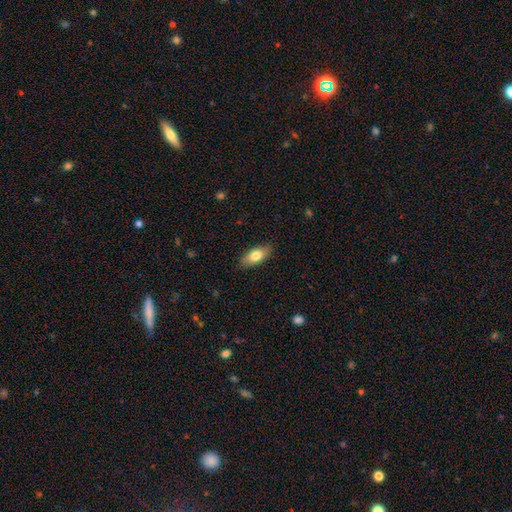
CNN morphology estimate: smooth-or-featured: smooth: 77% | featured or disk: 16% | star or artifact: 6%
  how-rounded: in between: 85% | cigar-shaped: 12% | round: 3%
  merging: none: 87% | minor disturbance: 10% | major disturbance: 2% | merger: 1%